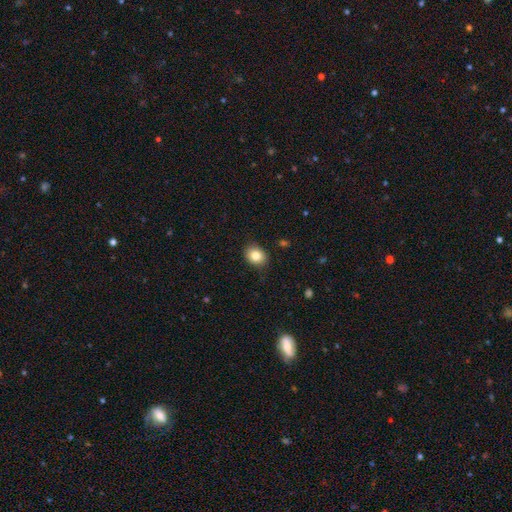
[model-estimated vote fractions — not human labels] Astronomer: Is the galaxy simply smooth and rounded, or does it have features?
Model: smooth — 83%.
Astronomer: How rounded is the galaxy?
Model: in between — 50% (runner-up: round, 49%).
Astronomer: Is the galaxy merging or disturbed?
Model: none — 86%.